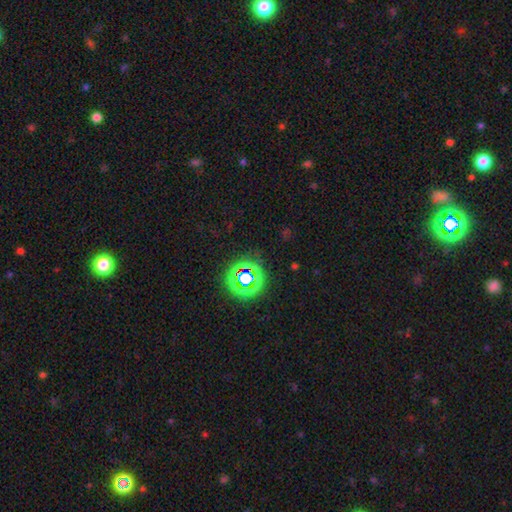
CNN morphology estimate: A star or artifact, not a galaxy (74%).

Vote fractions:
- Smooth or featured? star or artifact: 74% / smooth: 17% / featured or disk: 9%